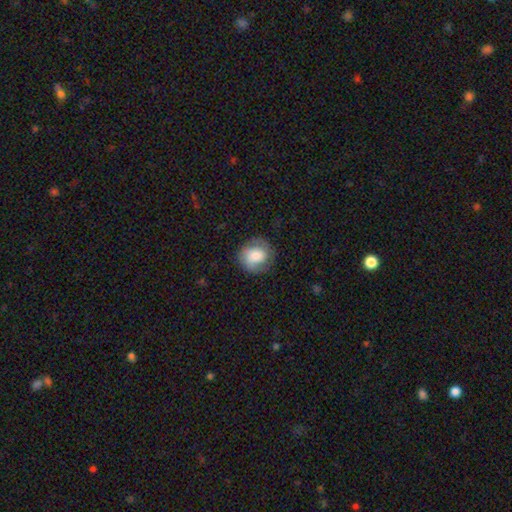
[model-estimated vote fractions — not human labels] A smooth galaxy with no disk features (56%) that is round (83%). Merging: none (77%).